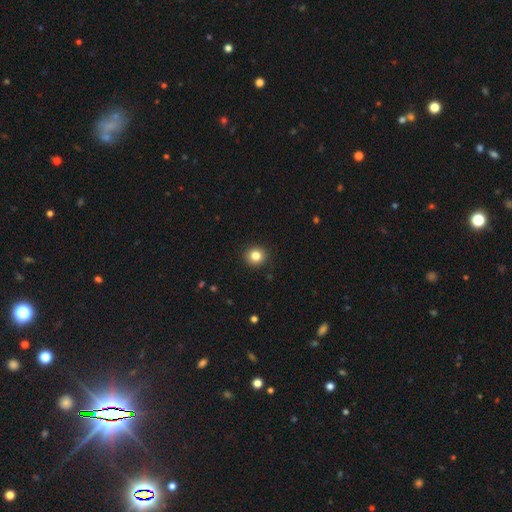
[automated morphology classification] smooth_or_featured: smooth (p=0.83) [alt: star or artifact p=0.11]
how_rounded: round (p=0.91) [alt: in between p=0.08]
merging: none (p=0.92) [alt: minor disturbance p=0.05]